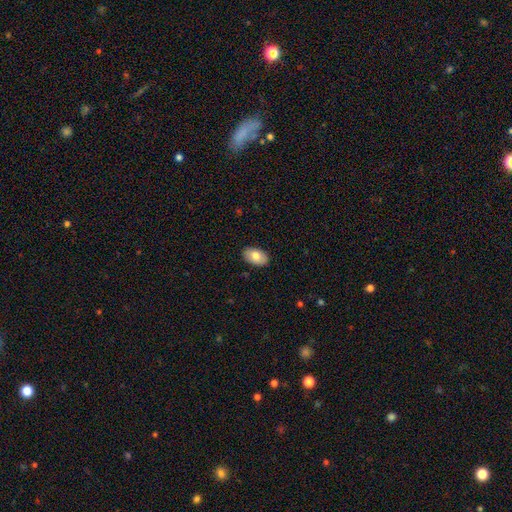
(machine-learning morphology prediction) This appears to be a smooth galaxy with no disk features (80%) that is in between round and cigar-shaped (93%). Merging: none (88%).